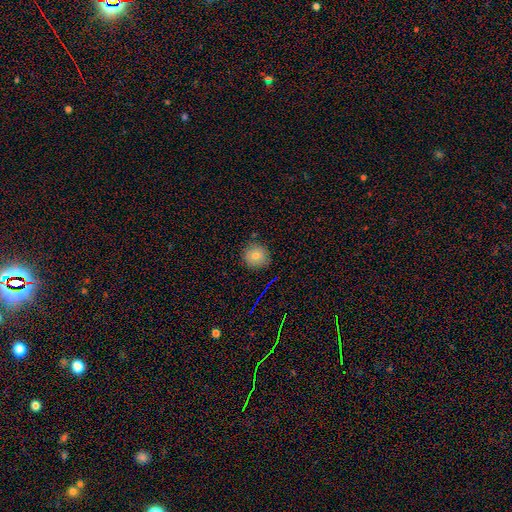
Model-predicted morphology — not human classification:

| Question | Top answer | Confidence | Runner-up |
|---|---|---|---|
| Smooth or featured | smooth | 76% | featured or disk (12%) |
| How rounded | round | 91% | in between (8%) |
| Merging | none | 86% | minor disturbance (10%) |